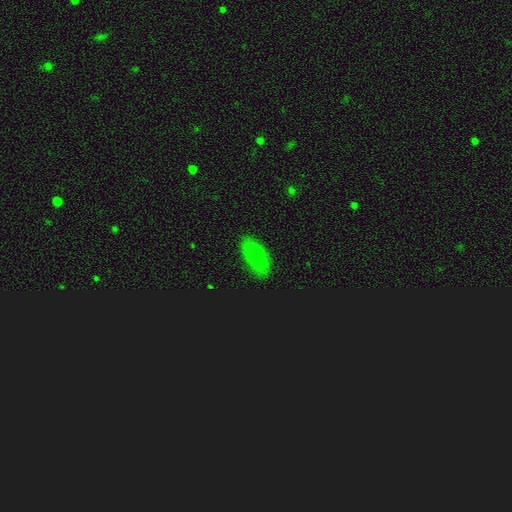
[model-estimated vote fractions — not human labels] A smooth galaxy with no disk features (73%) that is in between round and cigar-shaped (93%). Merging: none (82%).